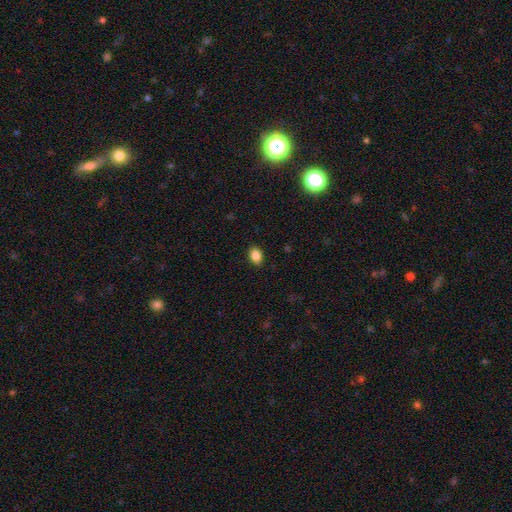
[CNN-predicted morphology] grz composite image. It shows a smooth galaxy with no disk features (87%) that is in between round and cigar-shaped (76%). Merging: none (89%).